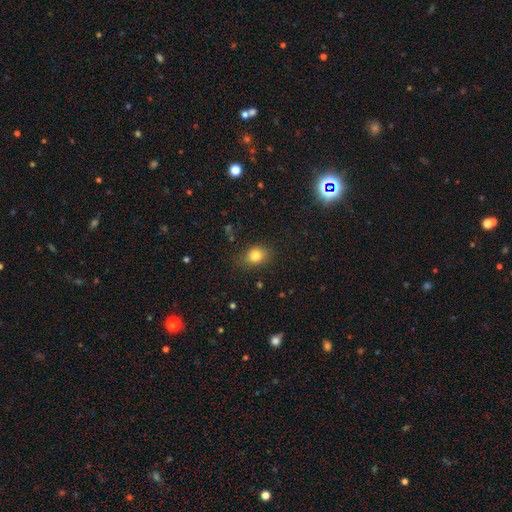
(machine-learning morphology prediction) Smooth or featured: smooth — 81% (star or artifact — 12%)
How rounded: in between — 51% (round — 48%)
Merging: none — 79% (minor disturbance — 15%)